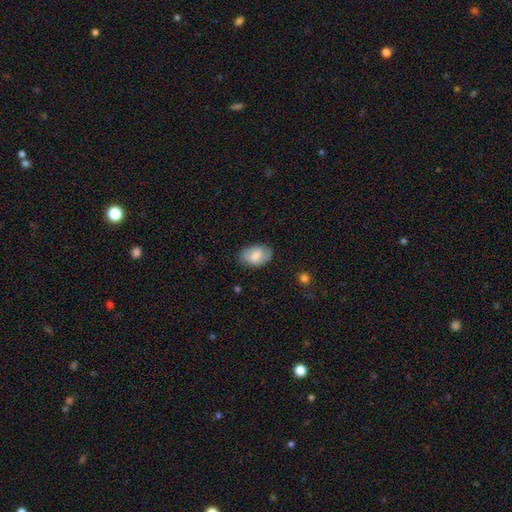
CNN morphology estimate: type=smooth (74%); roundness=in between (90%); merging=none (78%).